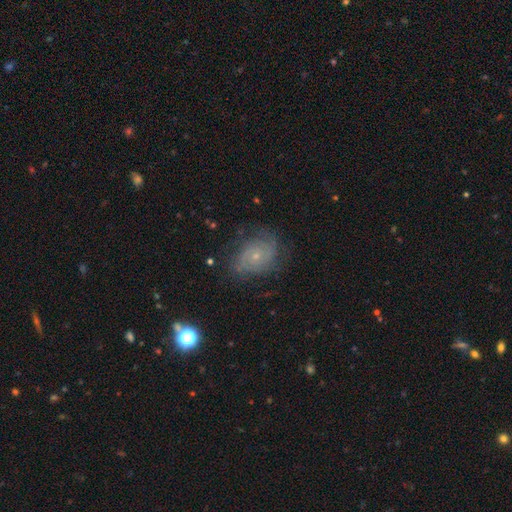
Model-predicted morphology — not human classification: The model was most divided on "spiral winding": tight: 45%, medium: 37%, loose: 18%. Remaining: edge-on disk — no (96%); spiral arms — yes (85%); bar — no (80%); bulge size — small (76%); merging — none (65%); smooth or featured — featured or disk (62%); spiral arm count — can't tell (42%).